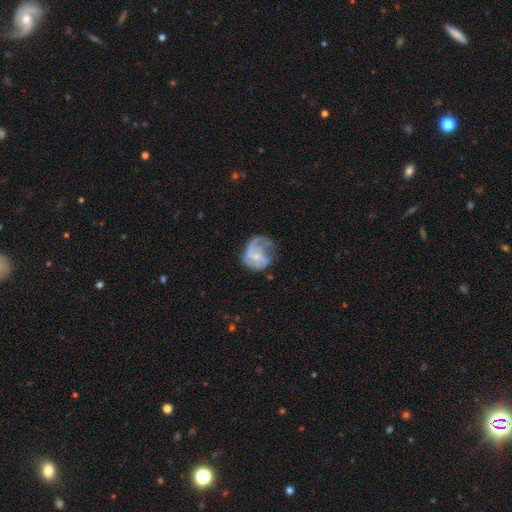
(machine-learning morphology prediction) Smooth or featured? featured or disk (64%)
Edge-on disk? no (98%)
Bar? no (58%)
Spiral arms? yes (72%)
Bulge size? small (64%)
Merging? major disturbance (36%, tied with none)